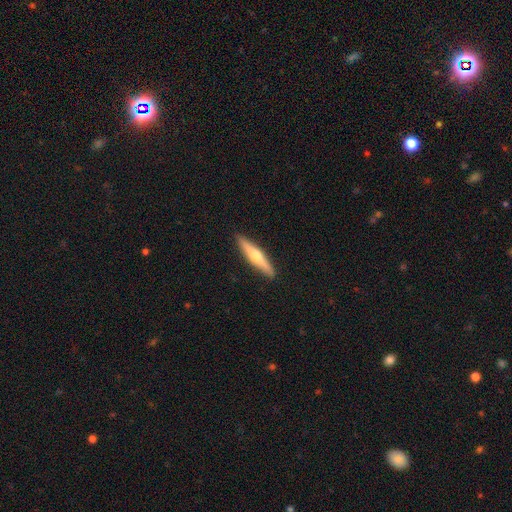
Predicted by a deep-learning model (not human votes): This is possibly a featured or disk galaxy (53%). It is clearly viewed edge-on (95%). Edge-on bulge: clearly rounded (90%). Merging: clearly none (91%).